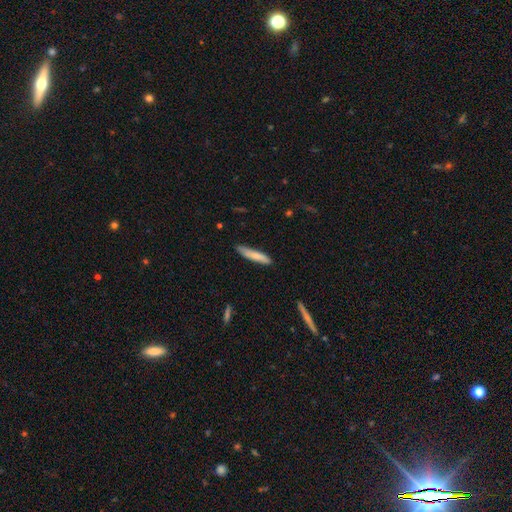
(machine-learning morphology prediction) Smooth or featured: smooth — 76% (featured or disk — 19%)
How rounded: cigar-shaped — 89% (in between — 10%)
Merging: none — 84% (minor disturbance — 13%)